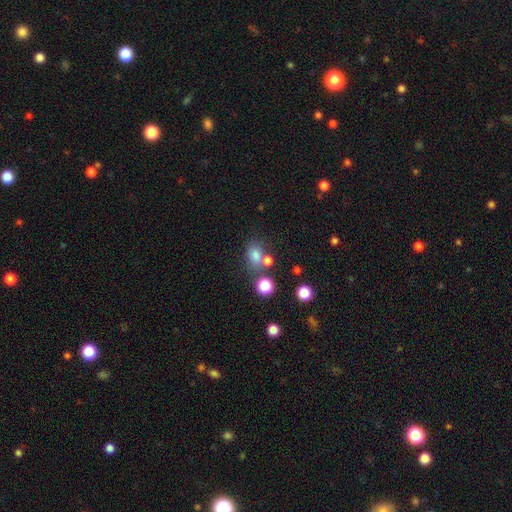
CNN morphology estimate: type=smooth (76%); roundness=in between (55%); merging=none (57%).